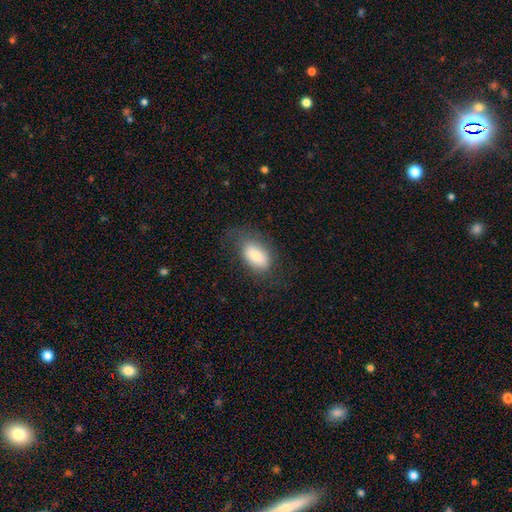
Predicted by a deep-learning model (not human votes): The model was most divided on "merging": none: 62%, minor disturbance: 22%, major disturbance: 15%, merger: 1%. More confident: how rounded — in between (92%); smooth or featured — smooth (79%).